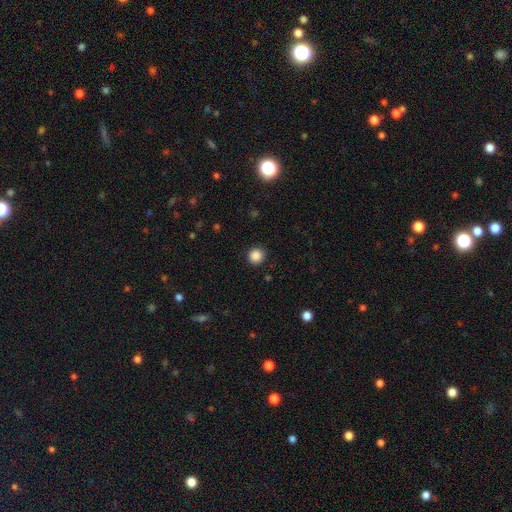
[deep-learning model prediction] A smooth galaxy with no disk features (87%) that is round (94%).

Vote fractions:
- Smooth or featured? smooth: 87% / star or artifact: 11% / featured or disk: 3%
- How rounded? round: 94% / in between: 5% / cigar-shaped: 1%
- Merging? none: 92% / minor disturbance: 6% / major disturbance: 2% / merger: 1%